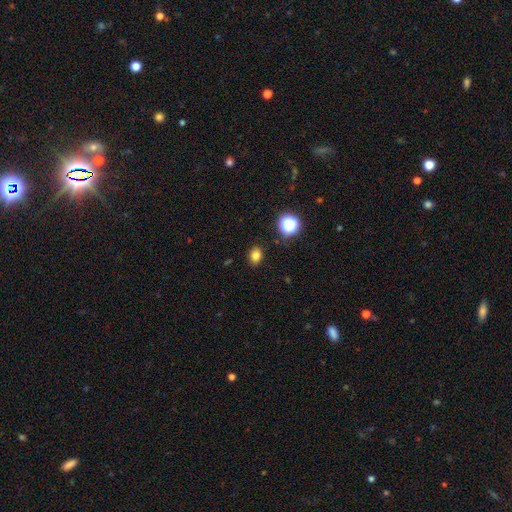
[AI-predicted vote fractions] Overall: smooth (79%). How rounded: in between (60%; round 39%). Merging: none (88%).